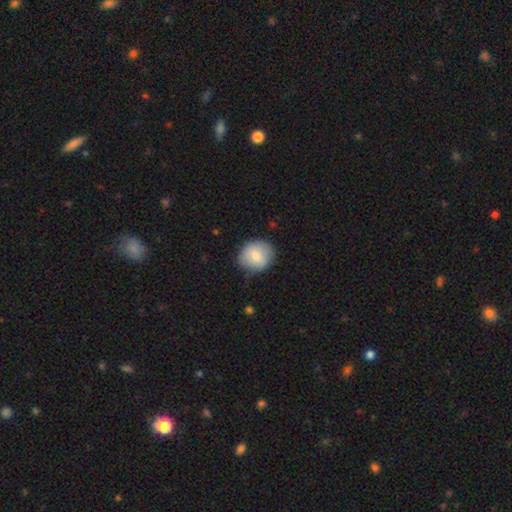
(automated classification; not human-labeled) Morphology: type=smooth (74%); roundness=round (74%); merging=none (80%).